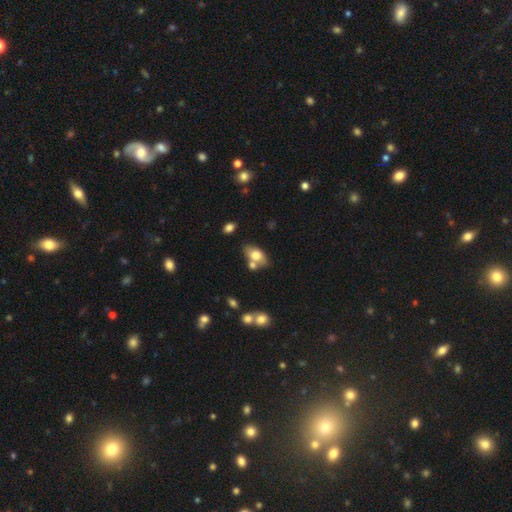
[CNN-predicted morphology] A smooth galaxy with no disk features (71%) that is in between round and cigar-shaped (89%). Merging: none (58%).